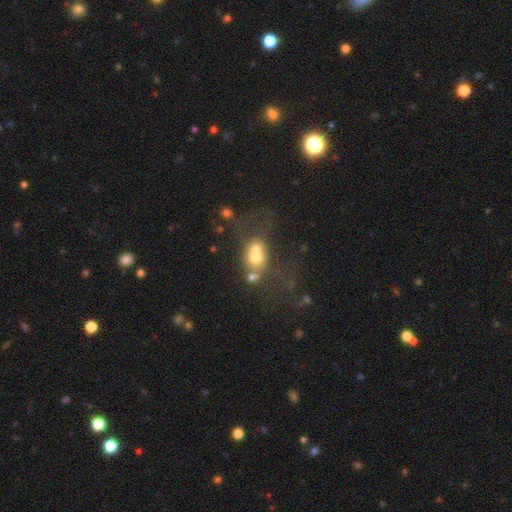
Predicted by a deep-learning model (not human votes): Smooth or featured? Predicted: smooth (p=0.57). How rounded? Predicted: round (p=0.54). Merging? Predicted: merger (p=0.55).